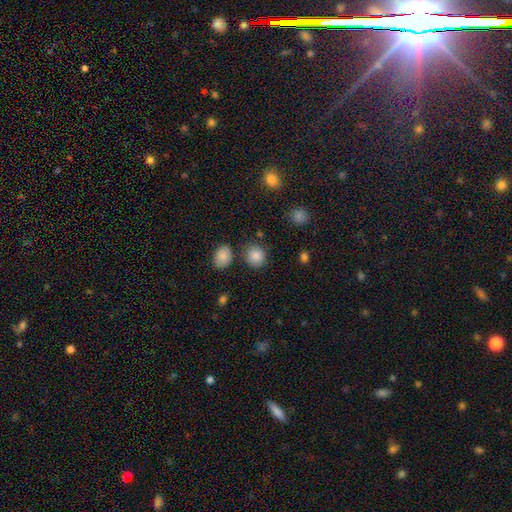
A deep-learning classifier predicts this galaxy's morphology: smooth-or-featured: smooth: 85% | star or artifact: 10% | featured or disk: 5%
  how-rounded: round: 84% | in between: 15% | cigar-shaped: 1%
  merging: none: 81% | minor disturbance: 10% | merger: 6% | major disturbance: 3%